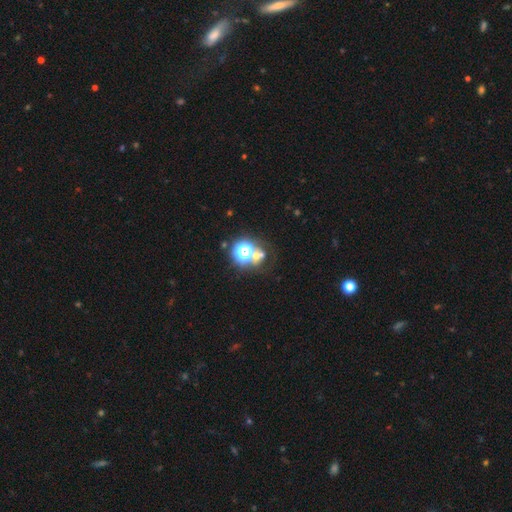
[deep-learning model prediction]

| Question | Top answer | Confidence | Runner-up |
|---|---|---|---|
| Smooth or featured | star or artifact | 52% | smooth (35%) |